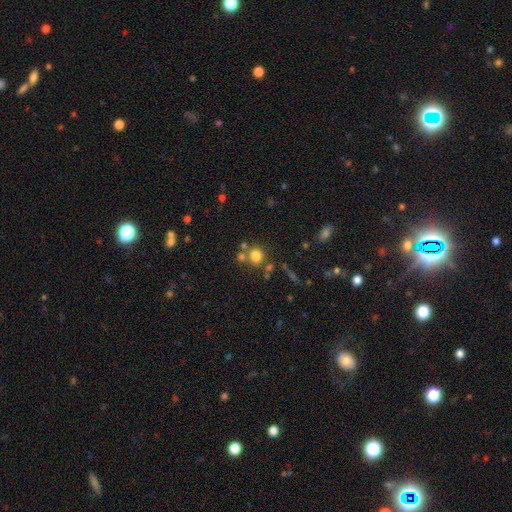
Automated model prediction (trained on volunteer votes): The model was most divided on "merging": none: 65%, merger: 22%, minor disturbance: 9%, major disturbance: 4%. More confident: how rounded — round (84%); smooth or featured — smooth (77%).